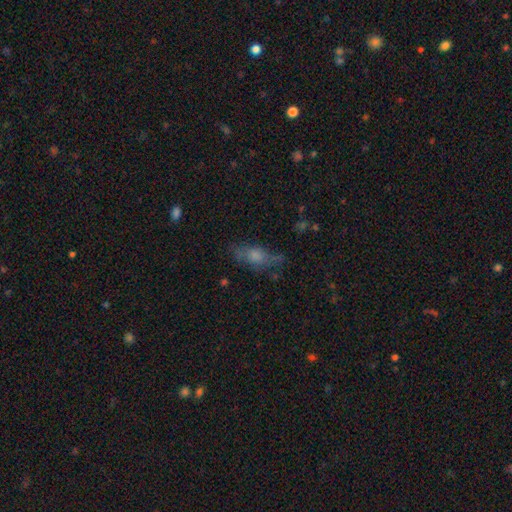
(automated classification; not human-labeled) A smooth galaxy with no disk features (53%) that is in between round and cigar-shaped (62%).

Vote fractions:
- Smooth or featured? smooth: 53% / featured or disk: 34% / star or artifact: 13%
- How rounded? in between: 62% / cigar-shaped: 31% / round: 6%
- Merging? none: 60% / minor disturbance: 24% / major disturbance: 13% / merger: 3%